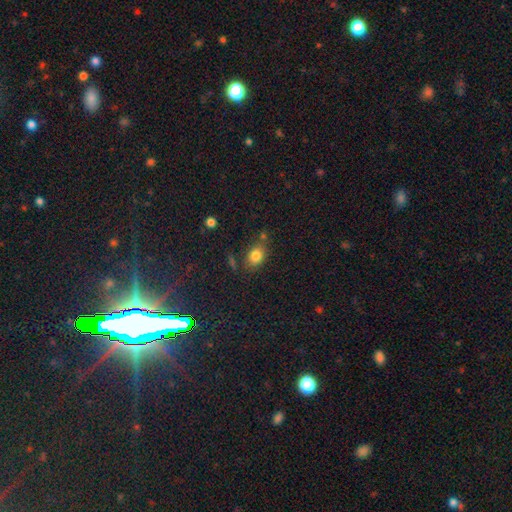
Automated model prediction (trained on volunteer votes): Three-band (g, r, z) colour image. It shows a smooth galaxy with no disk features (81%) that is in between round and cigar-shaped (65%). Merging: none (69%).